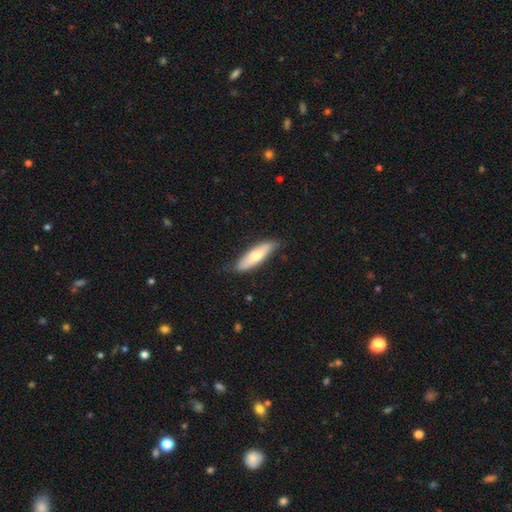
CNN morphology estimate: Q: Smooth or featured?
A: smooth (66%); runner-up: featured or disk (29%)
Q: How rounded?
A: cigar-shaped (60%); runner-up: in between (39%)
Q: Merging?
A: none (80%); runner-up: minor disturbance (16%)